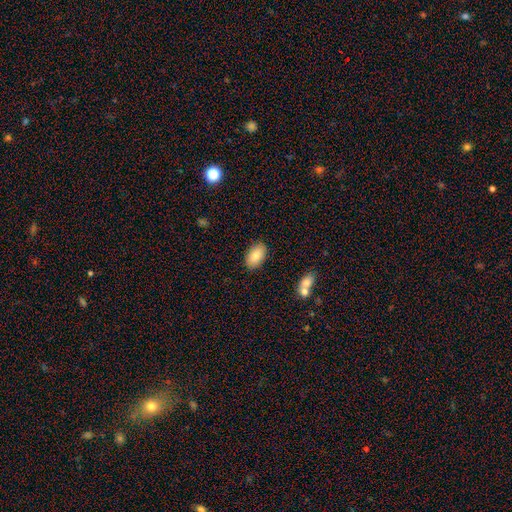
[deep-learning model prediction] Morphology: type=smooth (83%); roundness=in between (93%); merging=none (87%).